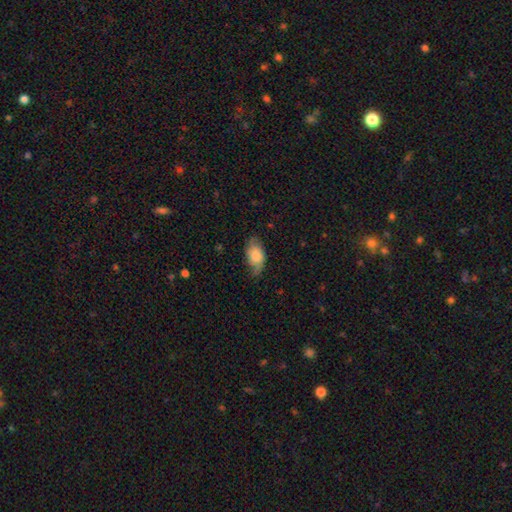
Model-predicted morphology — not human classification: The model was most divided on "merging": none: 59%, minor disturbance: 30%, major disturbance: 9%, merger: 1%. More confident: how rounded — in between (91%); smooth or featured — smooth (71%).